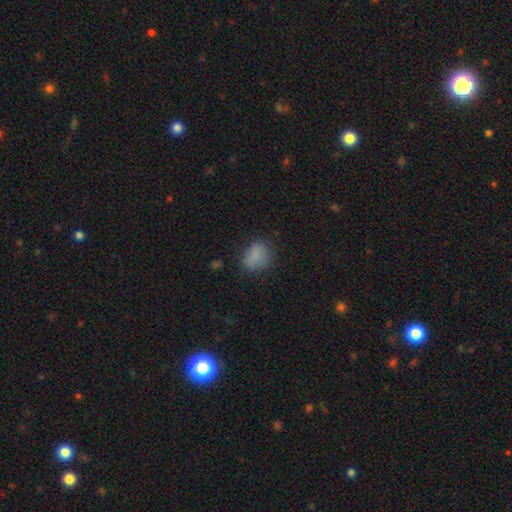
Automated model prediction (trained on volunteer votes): Overall: smooth (80%). How rounded: in between (56%; round 42%). Merging: none (62%; minor disturbance 26%).